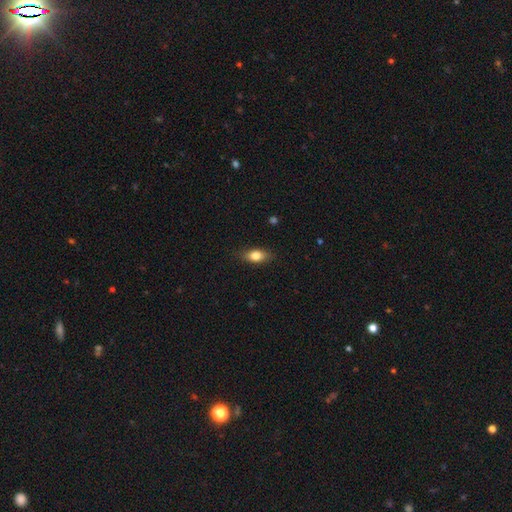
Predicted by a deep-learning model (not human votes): Smooth or featured? smooth (77%)
How rounded? in between (80%)
Merging? none (84%)